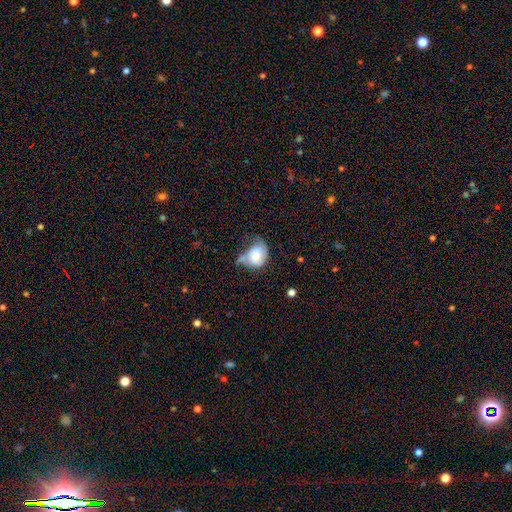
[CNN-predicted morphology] smooth 66%, featured or disk 26%, star or artifact 8%. Down the decision tree: how rounded — in between (55%); merging — minor disturbance (35%).